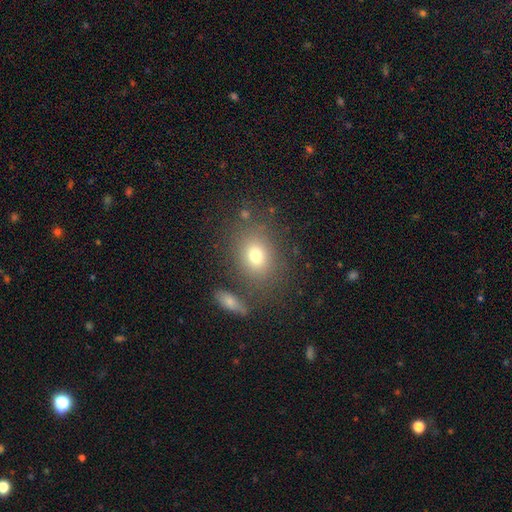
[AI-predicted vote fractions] A smooth galaxy with no disk features (54%) that is round (52%).

Vote fractions:
- Smooth or featured? smooth: 54% / star or artifact: 30% / featured or disk: 15%
- How rounded? round: 52% / in between: 46% / cigar-shaped: 2%
- Merging? none: 74% / merger: 11% / minor disturbance: 10% / major disturbance: 4%